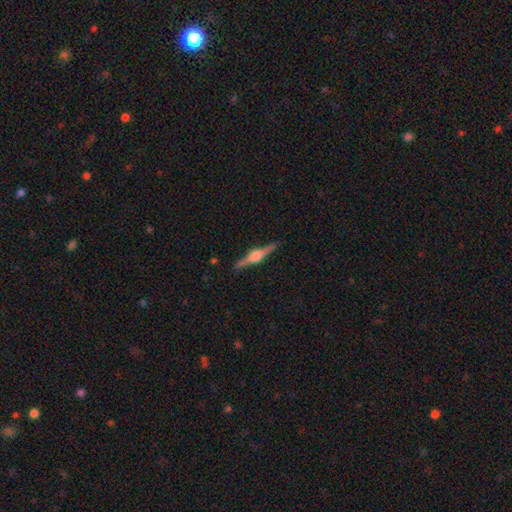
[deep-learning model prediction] featured or disk 83%, smooth 11%, star or artifact 6%. Down the decision tree: edge-on disk — yes (98%); edge-on bulge — rounded (86%); merging — none (91%).